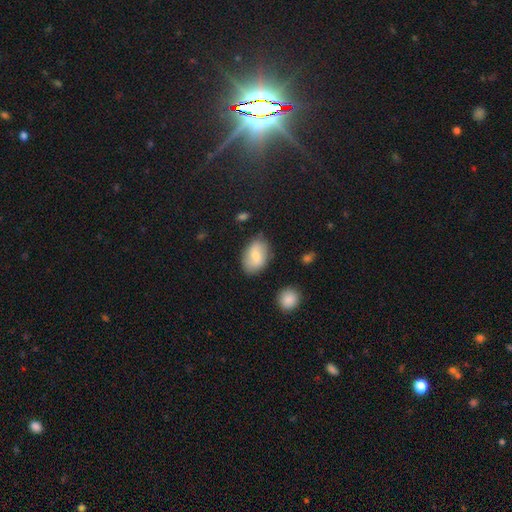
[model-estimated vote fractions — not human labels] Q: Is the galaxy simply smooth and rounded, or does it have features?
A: smooth — 70%.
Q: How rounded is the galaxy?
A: in between — 87%.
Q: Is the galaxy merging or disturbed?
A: none — 78%.